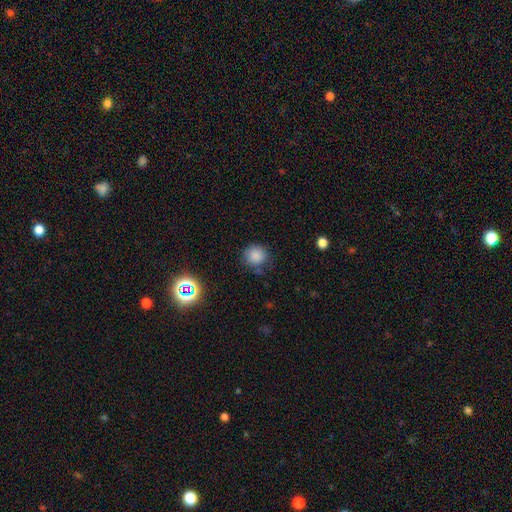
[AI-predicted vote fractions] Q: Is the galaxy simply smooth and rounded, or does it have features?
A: smooth — 82%.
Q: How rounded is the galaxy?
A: round — 89%.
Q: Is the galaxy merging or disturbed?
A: none — 76%.